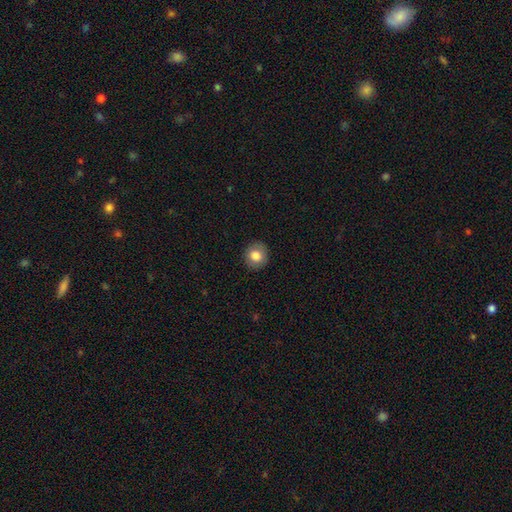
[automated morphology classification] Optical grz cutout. It shows a smooth galaxy with no disk features (82%) that is round (86%). Merging: none (90%).